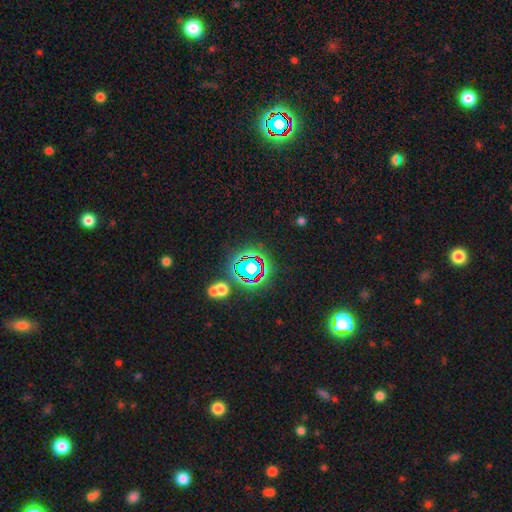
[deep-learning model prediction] Overall: star or artifact (73%).